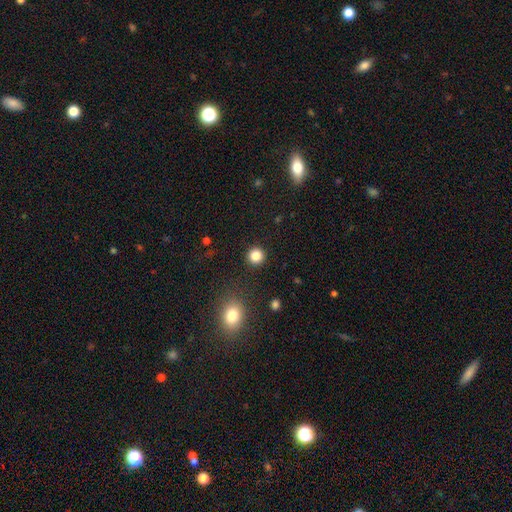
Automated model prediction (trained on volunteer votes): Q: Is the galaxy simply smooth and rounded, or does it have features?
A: smooth — 84%.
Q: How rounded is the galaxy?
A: round — 93%.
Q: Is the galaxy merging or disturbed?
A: none — 91%.